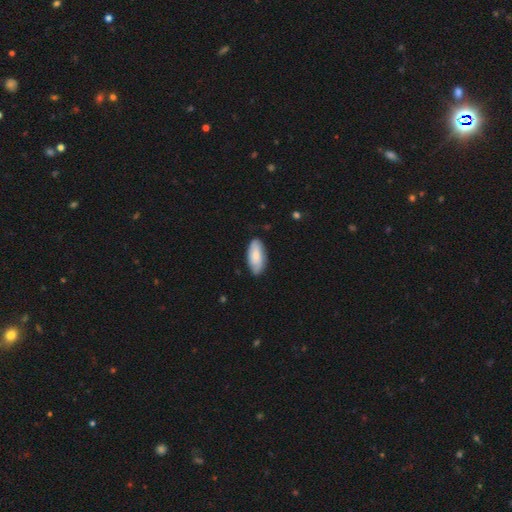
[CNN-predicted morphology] smooth 74%, featured or disk 21%, star or artifact 6%. Down the decision tree: how rounded — in between (89%); merging — none (81%).